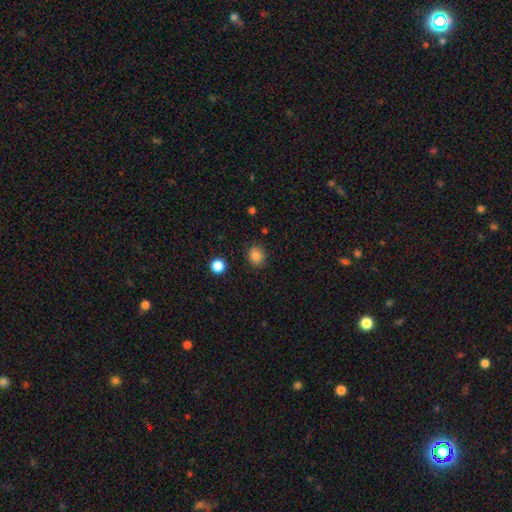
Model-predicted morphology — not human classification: This is clearly a smooth galaxy (85%). How rounded: likely round (71%). Merging: clearly none (87%).